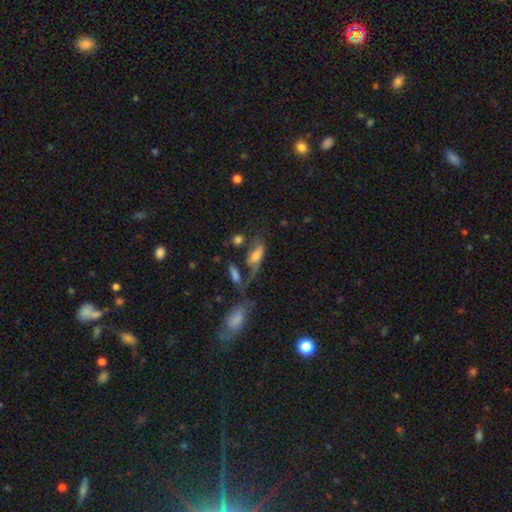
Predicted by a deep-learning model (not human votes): Q: Smooth or featured?
A: smooth (54%); runner-up: featured or disk (36%)
Q: How rounded?
A: in between (78%); runner-up: cigar-shaped (17%)
Q: Merging?
A: none (33%); runner-up: merger (25%)